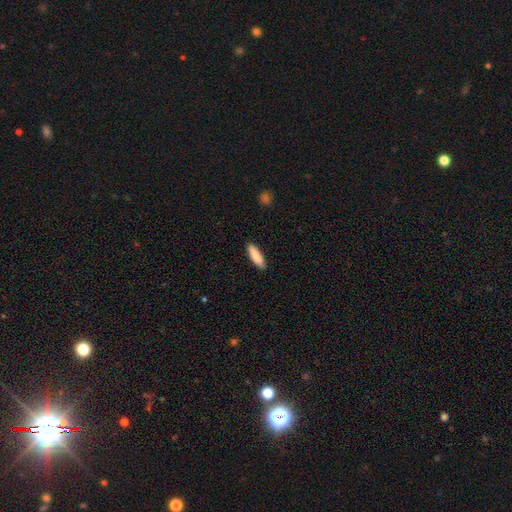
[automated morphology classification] A smooth galaxy with no disk features (88%) that is cigar-shaped (56%). Merging: none (88%).